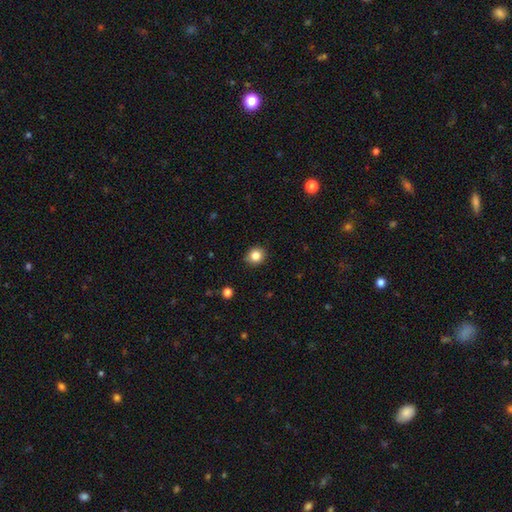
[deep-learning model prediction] The model was most divided on "how rounded": round: 84%, in between: 15%, cigar-shaped: 1%. More confident: merging — none (87%); smooth or featured — smooth (84%).